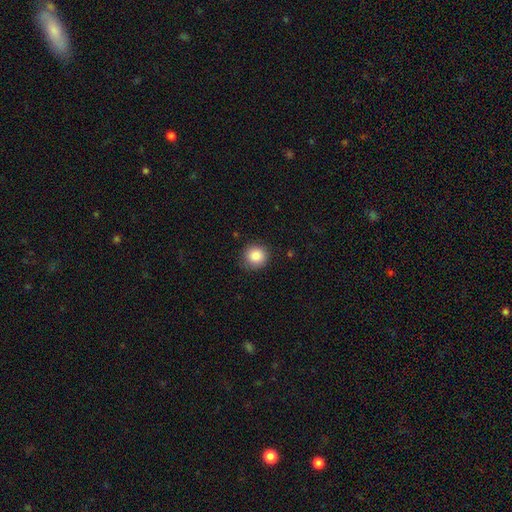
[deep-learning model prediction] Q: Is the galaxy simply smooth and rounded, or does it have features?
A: smooth — 87%.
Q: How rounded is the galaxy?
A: round — 90%.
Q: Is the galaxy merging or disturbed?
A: none — 84%.